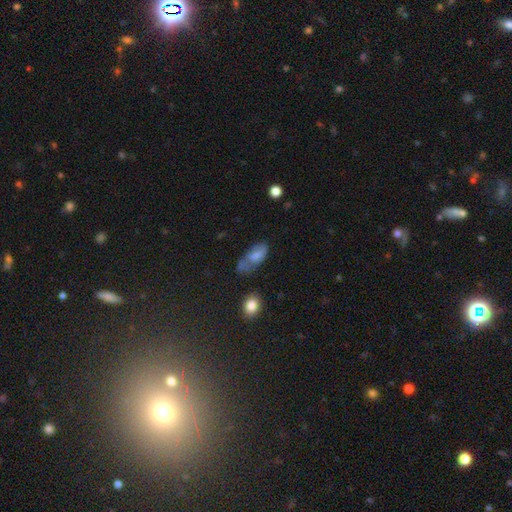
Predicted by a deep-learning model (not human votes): A smooth galaxy with no disk features (68%) that is in between round and cigar-shaped (86%).

Vote fractions:
- Smooth or featured? smooth: 68% / featured or disk: 23% / star or artifact: 9%
- How rounded? in between: 86% / cigar-shaped: 10% / round: 3%
- Merging? none: 43% / minor disturbance: 30% / major disturbance: 17% / merger: 10%